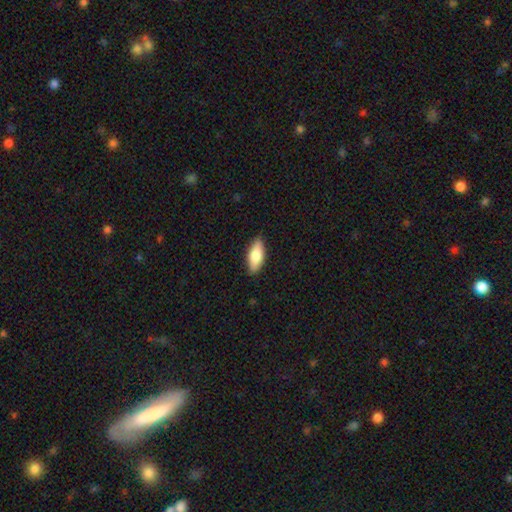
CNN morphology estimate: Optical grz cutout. It shows a smooth galaxy with no disk features (73%) that is in between round and cigar-shaped (78%). Merging: none (87%).